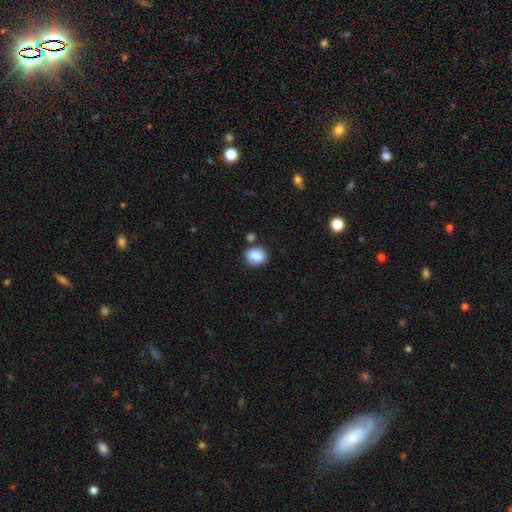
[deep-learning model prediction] smooth 87%, star or artifact 8%, featured or disk 5%. Down the decision tree: how rounded — in between (53%); merging — none (72%).